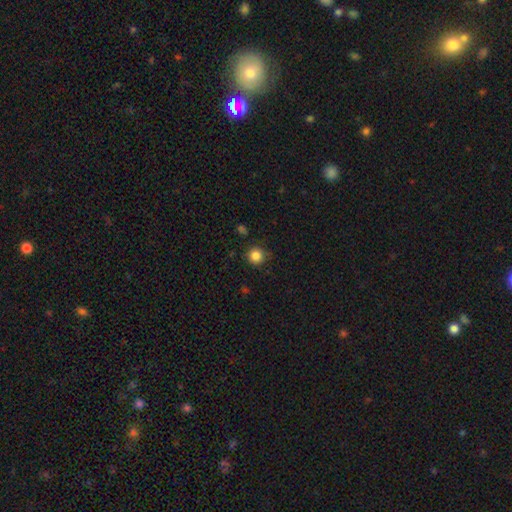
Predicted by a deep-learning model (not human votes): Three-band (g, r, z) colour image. It shows a smooth galaxy with no disk features (85%) that is round (94%). Merging: none (85%).